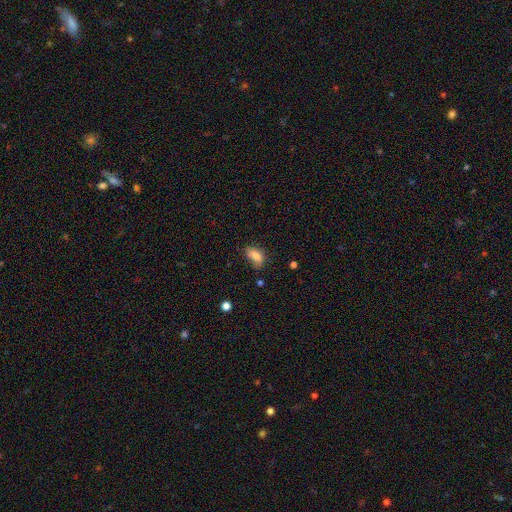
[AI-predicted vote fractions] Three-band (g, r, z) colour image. It shows a smooth galaxy with no disk features (78%) that is in between round and cigar-shaped (87%). Merging: none (52%).